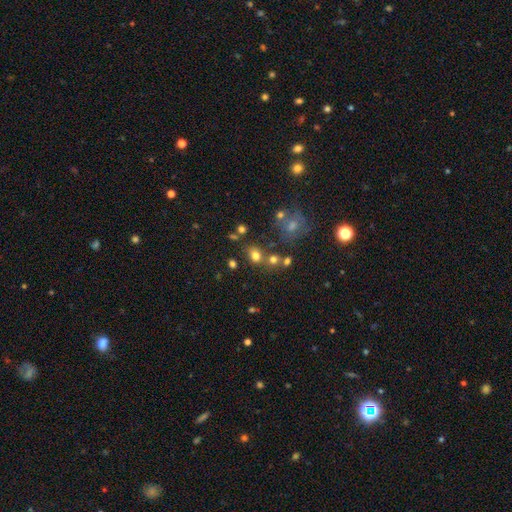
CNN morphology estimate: This appears to be a smooth galaxy with no disk features (73%) that is round (51%). Merging: none (65%).